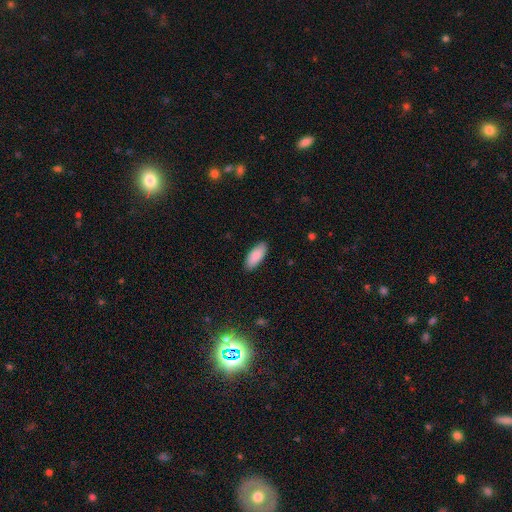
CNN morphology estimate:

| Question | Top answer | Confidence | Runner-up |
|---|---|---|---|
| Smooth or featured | smooth | 89% | star or artifact (6%) |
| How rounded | in between | 82% | cigar-shaped (16%) |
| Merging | none | 88% | minor disturbance (9%) |